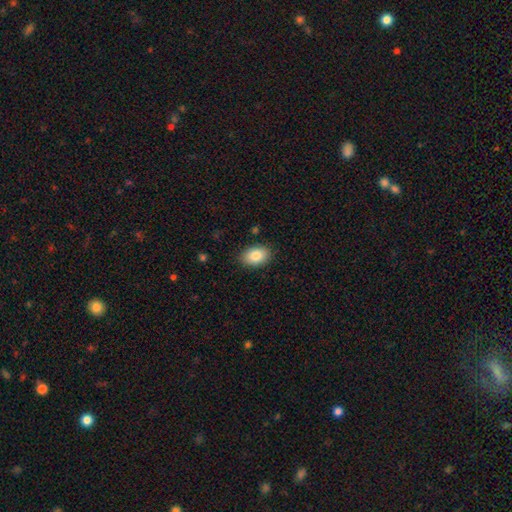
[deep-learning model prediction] smooth 85%, featured or disk 8%, star or artifact 7%. Down the decision tree: how rounded — in between (87%); merging — none (87%).